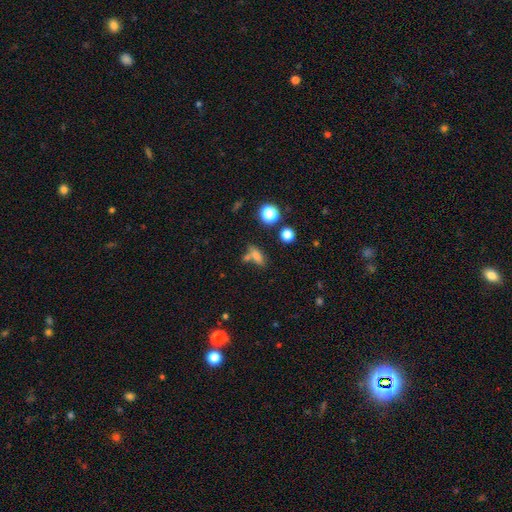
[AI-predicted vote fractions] smooth_or_featured: smooth (p=0.70) [alt: star or artifact p=0.17]
how_rounded: in between (p=0.62) [alt: cigar-shaped p=0.25]
merging: none (p=0.51) [alt: merger p=0.26]